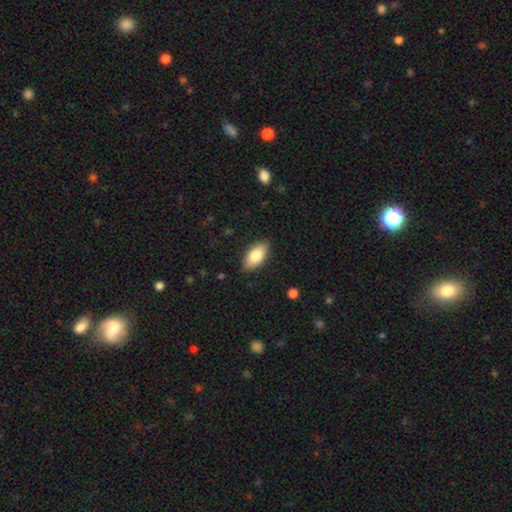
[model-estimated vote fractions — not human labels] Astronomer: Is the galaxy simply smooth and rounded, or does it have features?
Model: smooth — 79%.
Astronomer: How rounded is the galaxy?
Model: in between — 91%.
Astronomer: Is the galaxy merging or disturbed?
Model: none — 88%.